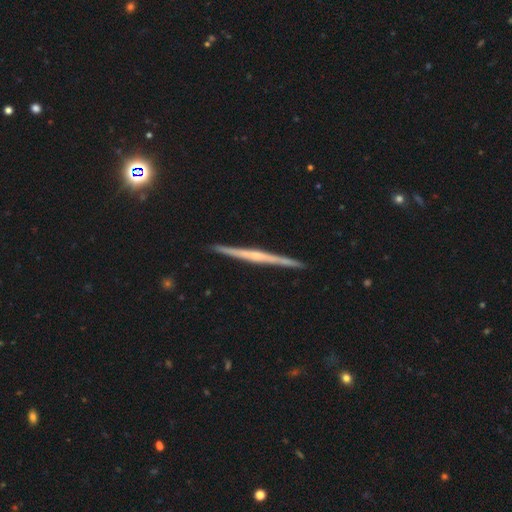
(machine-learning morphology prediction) smooth-or-featured: featured or disk: 78% | smooth: 17% | star or artifact: 5%
  disk-edge-on: yes: 98% | no: 2%
    edge-on-bulge: rounded: 52% | none: 39% | boxy: 9%
  merging: none: 92% | minor disturbance: 6% | major disturbance: 1% | merger: 1%